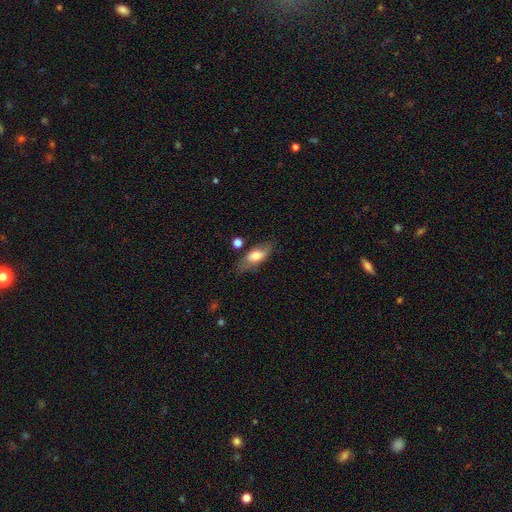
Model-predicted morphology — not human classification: This appears to be a smooth galaxy with no disk features (66%) that is in between round and cigar-shaped (81%). Merging: none (66%).